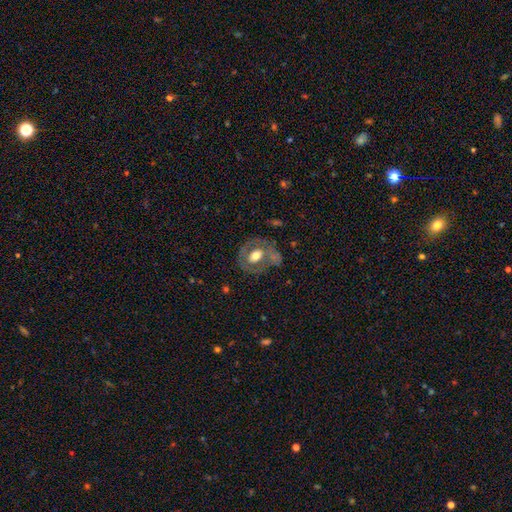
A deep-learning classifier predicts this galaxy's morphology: Q: Smooth or featured?
A: featured or disk (55%); runner-up: smooth (39%)
Q: Edge-on disk?
A: no (94%); runner-up: yes (6%)
Q: Bar?
A: no (68%); runner-up: weak (22%)
Q: Spiral arms?
A: no (76%); runner-up: yes (24%)
Q: Bulge size?
A: moderate (64%); runner-up: large (26%)
Q: Merging?
A: none (60%); runner-up: minor disturbance (20%)